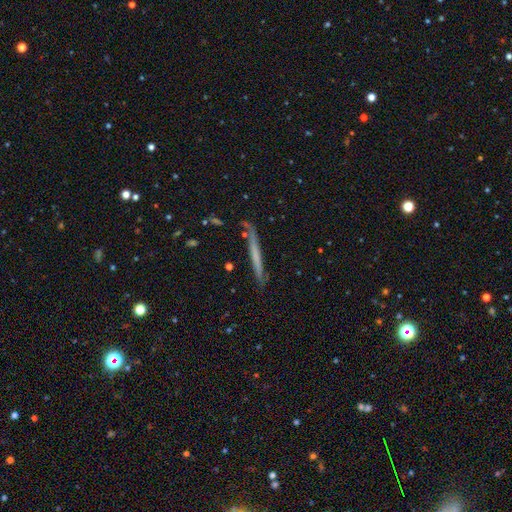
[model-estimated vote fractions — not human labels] Q: Smooth or featured?
A: featured or disk (48%); runner-up: smooth (45%)
Q: Merging?
A: none (78%); runner-up: minor disturbance (15%)